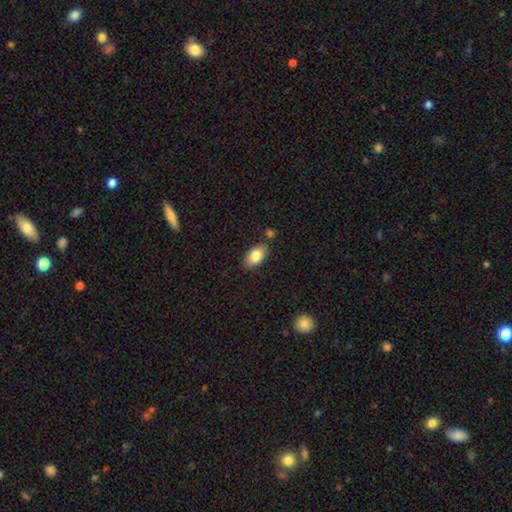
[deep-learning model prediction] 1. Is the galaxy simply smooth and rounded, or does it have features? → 82% smooth, 11% featured or disk, 7% star or artifact.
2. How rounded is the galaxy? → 92% in between, 6% round, 3% cigar-shaped.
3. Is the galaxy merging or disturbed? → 82% none, 11% minor disturbance, 4% merger, 2% major disturbance.